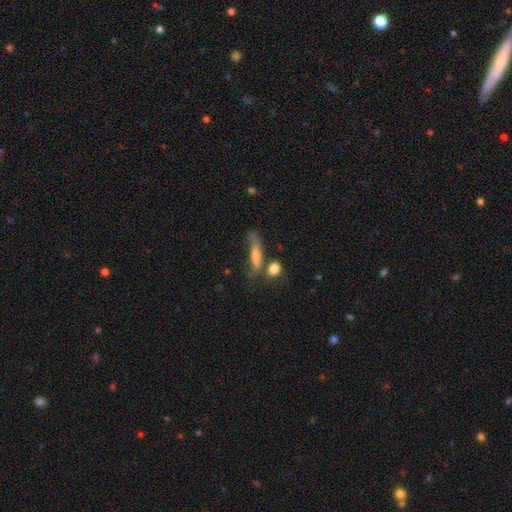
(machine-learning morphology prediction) Smooth or featured: smooth — 52% (featured or disk — 32%)
How rounded: cigar-shaped — 62% (in between — 31%)
Merging: none — 39% (merger — 20%)